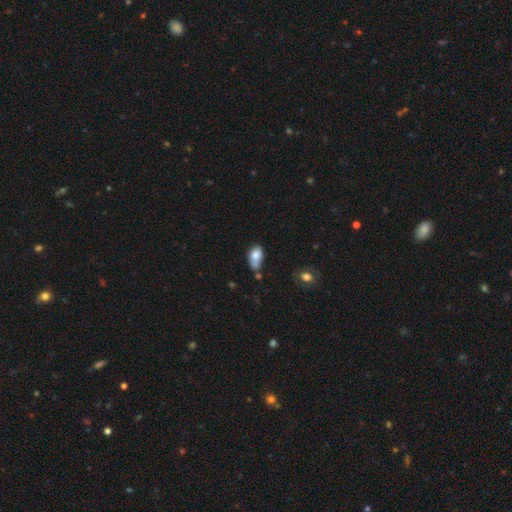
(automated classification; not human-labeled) Smooth or featured? Predicted: smooth (p=0.76). How rounded? Predicted: in between (p=0.88). Merging? Predicted: minor disturbance (p=0.35).